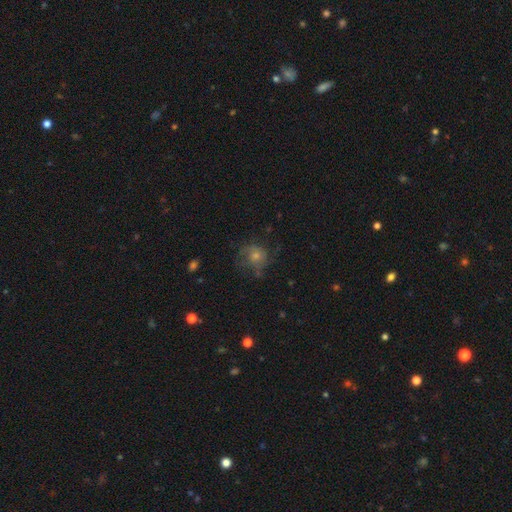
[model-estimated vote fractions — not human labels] Smooth or featured?
  - featured or disk: 40% *
  - smooth: 39%
  - star or artifact: 21%
Merging?
  - none: 63% *
  - minor disturbance: 20%
  - major disturbance: 16%
  - merger: 2%